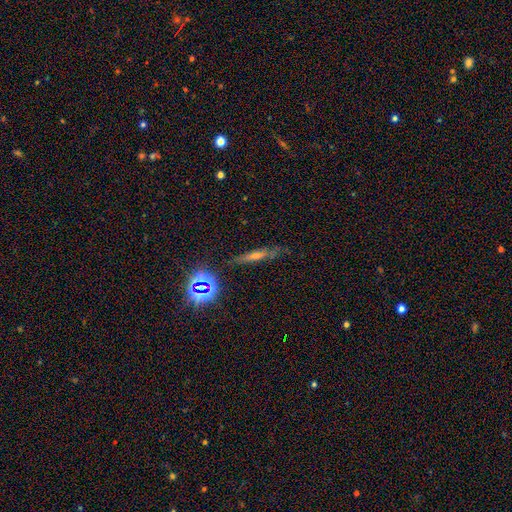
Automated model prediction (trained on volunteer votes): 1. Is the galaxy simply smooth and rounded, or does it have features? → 39% smooth (tied), 39% featured or disk (tied), 22% star or artifact.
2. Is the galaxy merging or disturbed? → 78% none, 16% minor disturbance, 4% major disturbance, 2% merger.